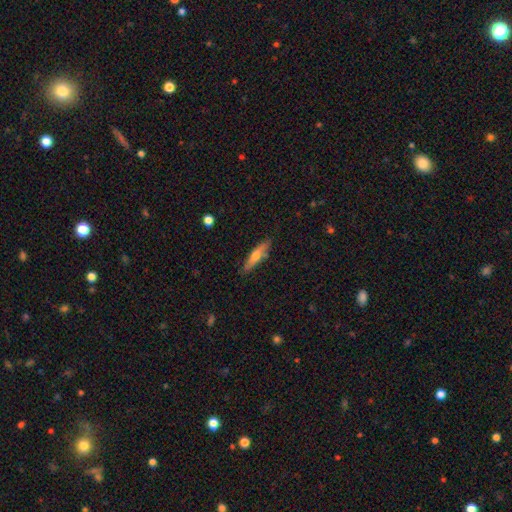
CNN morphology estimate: Q: Smooth or featured?
A: smooth (56%); runner-up: featured or disk (38%)
Q: How rounded?
A: cigar-shaped (78%); runner-up: in between (20%)
Q: Merging?
A: none (82%); runner-up: minor disturbance (14%)